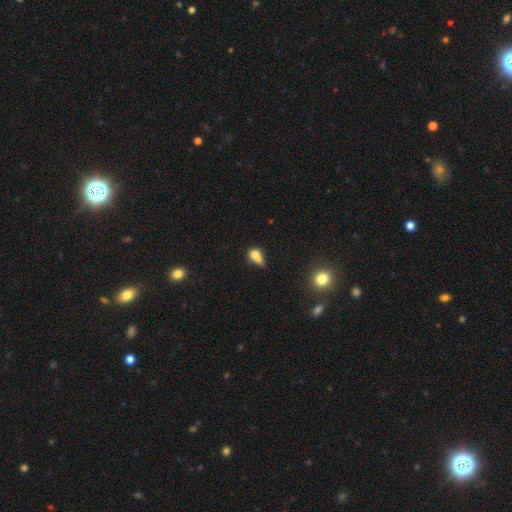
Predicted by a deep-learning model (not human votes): smooth_or_featured: smooth (p=0.72) [alt: featured or disk p=0.16]
how_rounded: in between (p=0.62) [alt: round p=0.32]
merging: merger (p=0.31) [alt: none p=0.29]